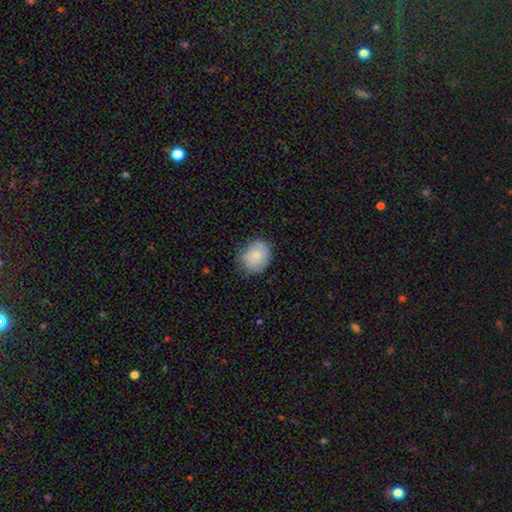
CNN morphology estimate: This appears to be a smooth galaxy with no disk features (81%) that is round (65%). Merging: none (71%).